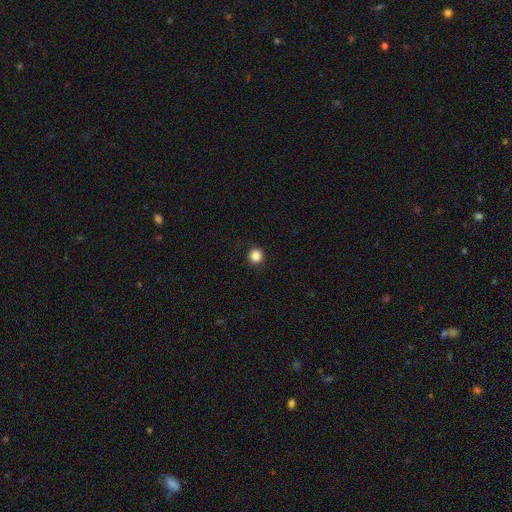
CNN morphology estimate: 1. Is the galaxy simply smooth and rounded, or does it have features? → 86% smooth, 11% star or artifact, 3% featured or disk.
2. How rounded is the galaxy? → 92% round, 7% in between, 1% cigar-shaped.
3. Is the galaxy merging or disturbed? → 92% none, 5% minor disturbance, 2% major disturbance, 1% merger.